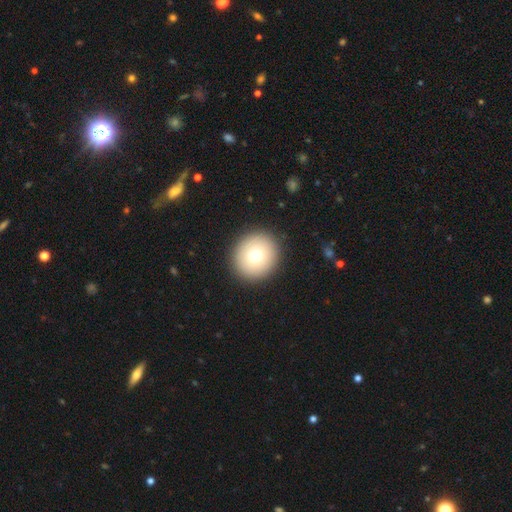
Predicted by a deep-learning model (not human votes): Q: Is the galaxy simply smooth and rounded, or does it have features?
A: smooth — 73%.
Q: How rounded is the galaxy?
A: round — 89%.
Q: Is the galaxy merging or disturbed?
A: none — 91%.